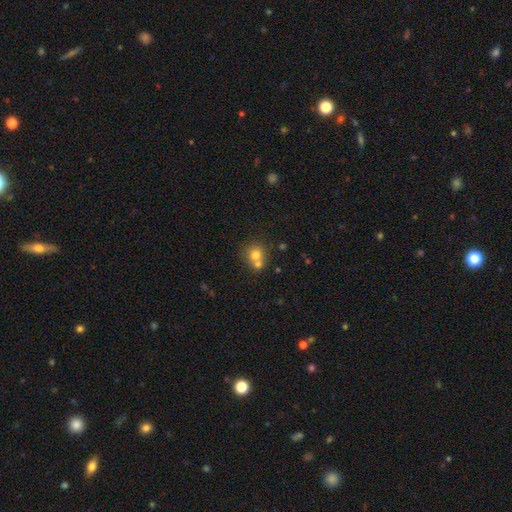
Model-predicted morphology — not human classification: smooth 74%, featured or disk 14%, star or artifact 12%. Down the decision tree: how rounded — round (84%); merging — merger (45%, tied with none).